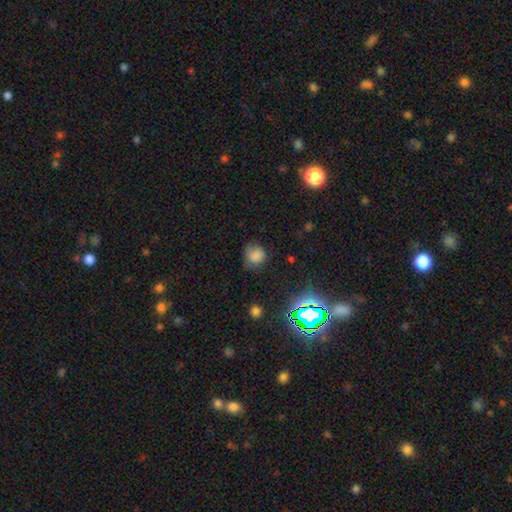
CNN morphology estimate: The model was most divided on "merging": none: 58%, minor disturbance: 29%, major disturbance: 11%, merger: 2%. More confident: how rounded — round (81%); smooth or featured — smooth (77%).